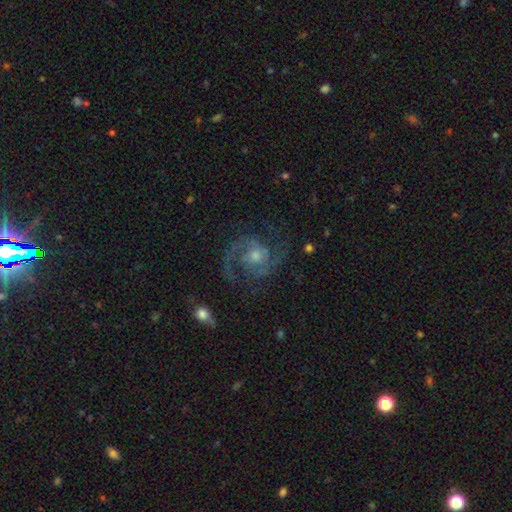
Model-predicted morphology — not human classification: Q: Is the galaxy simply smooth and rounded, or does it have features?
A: featured or disk — 87%.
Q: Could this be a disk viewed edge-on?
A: no — 98%.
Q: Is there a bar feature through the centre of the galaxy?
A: no — 66%.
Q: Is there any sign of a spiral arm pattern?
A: yes — 96%.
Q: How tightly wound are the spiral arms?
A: medium — 56%.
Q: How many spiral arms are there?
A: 2 — 76%.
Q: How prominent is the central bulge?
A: moderate — 58%.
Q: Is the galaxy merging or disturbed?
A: none — 68%.